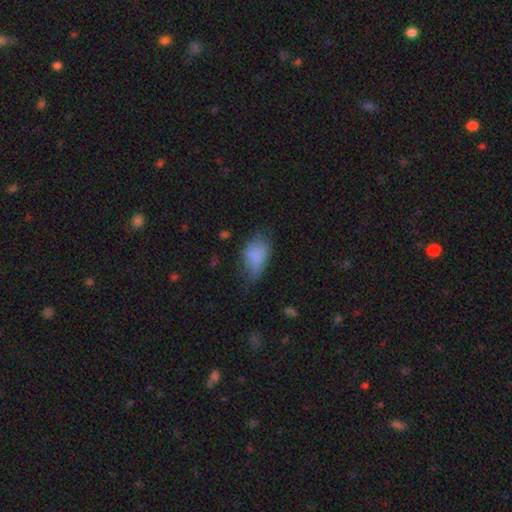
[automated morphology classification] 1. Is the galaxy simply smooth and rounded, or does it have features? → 79% smooth, 11% featured or disk, 9% star or artifact.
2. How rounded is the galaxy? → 90% in between, 8% round, 3% cigar-shaped.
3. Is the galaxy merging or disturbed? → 40% none, 38% minor disturbance, 19% major disturbance, 3% merger.